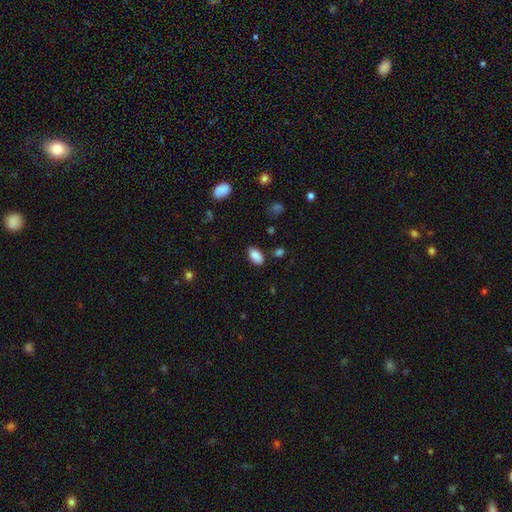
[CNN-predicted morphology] Smooth or featured: smooth — 88% (star or artifact — 8%)
How rounded: in between — 93% (round — 4%)
Merging: none — 83% (minor disturbance — 12%)